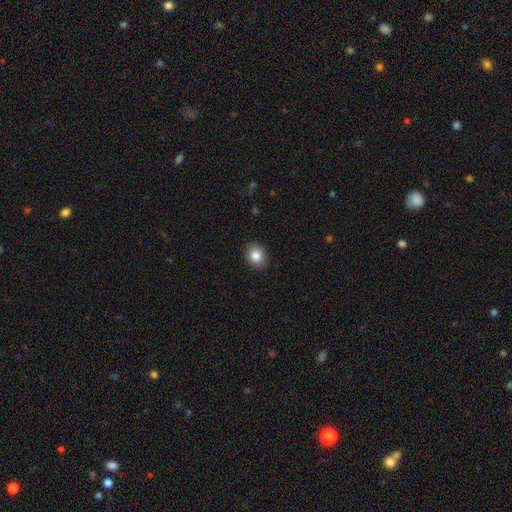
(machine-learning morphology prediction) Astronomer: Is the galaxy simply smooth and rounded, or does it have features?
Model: smooth — 84%.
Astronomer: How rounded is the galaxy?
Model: round — 63%.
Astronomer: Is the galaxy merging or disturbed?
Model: none — 89%.